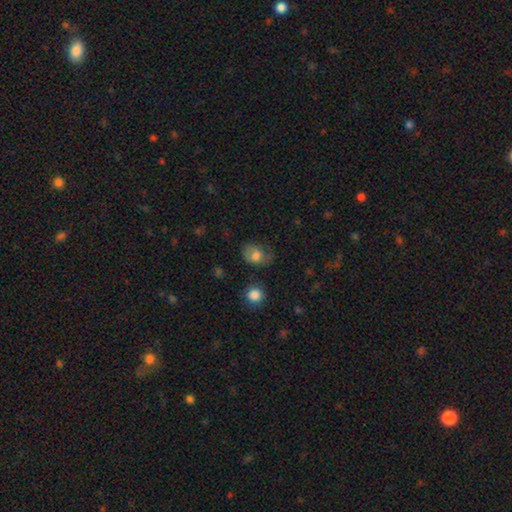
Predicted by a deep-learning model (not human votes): Morphology: type=smooth (69%); roundness=in between (65%); merging=none (52%).